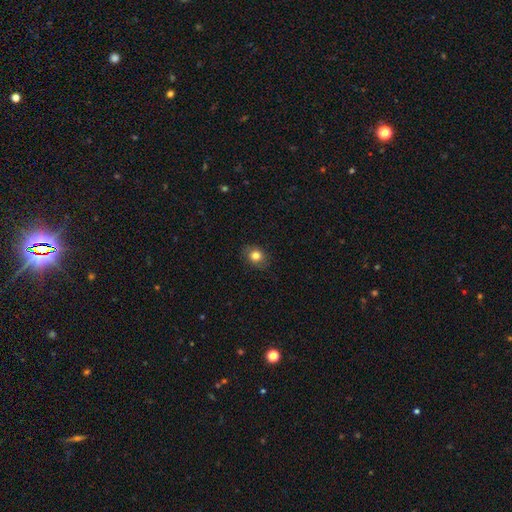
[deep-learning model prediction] This is clearly a smooth galaxy (81%). How rounded: possibly round (50%). Merging: clearly none (83%).